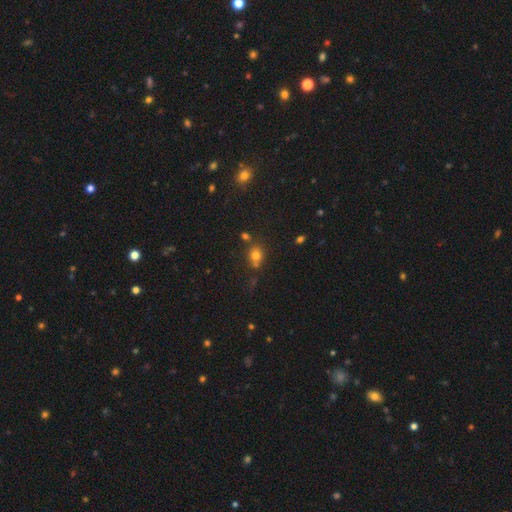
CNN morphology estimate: smooth-or-featured: smooth: 73% | star or artifact: 17% | featured or disk: 10%
  how-rounded: round: 70% | in between: 29% | cigar-shaped: 1%
  merging: none: 58% | merger: 22% | minor disturbance: 15% | major disturbance: 5%